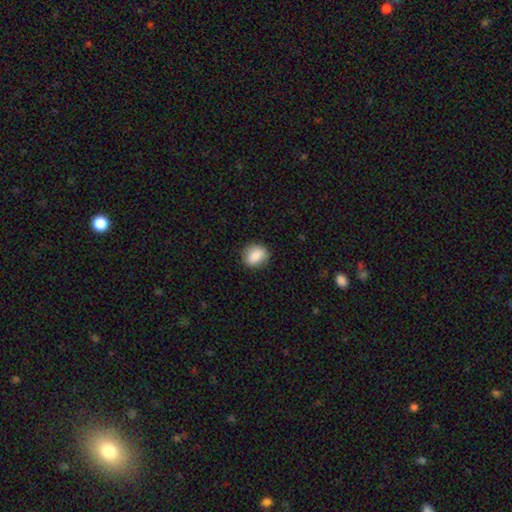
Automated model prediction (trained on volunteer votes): The model was most divided on "how rounded": round: 55%, in between: 44%, cigar-shaped: 1%. More confident: smooth or featured — smooth (86%); merging — none (84%).